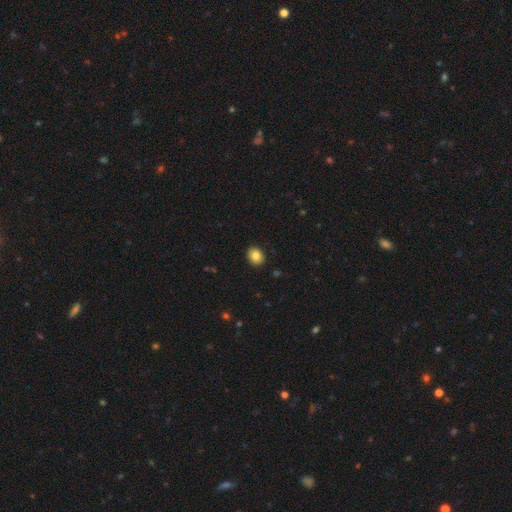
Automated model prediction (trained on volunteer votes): smooth 84%, star or artifact 9%, featured or disk 7%. Down the decision tree: how rounded — round (54%); merging — none (91%).